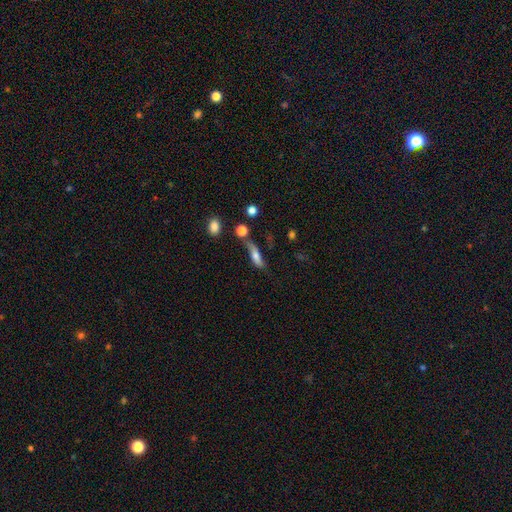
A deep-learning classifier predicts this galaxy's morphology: type=smooth (56%); roundness=cigar-shaped (60%); merging=none (51%).